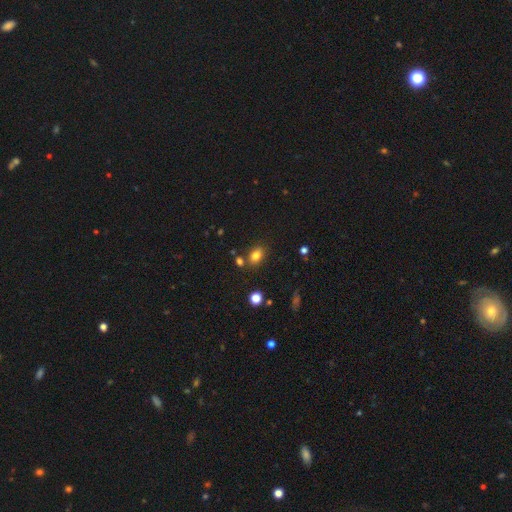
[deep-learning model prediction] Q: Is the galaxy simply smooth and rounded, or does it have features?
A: smooth — 80%.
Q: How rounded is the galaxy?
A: in between — 74%.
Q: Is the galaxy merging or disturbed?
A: none — 76%.